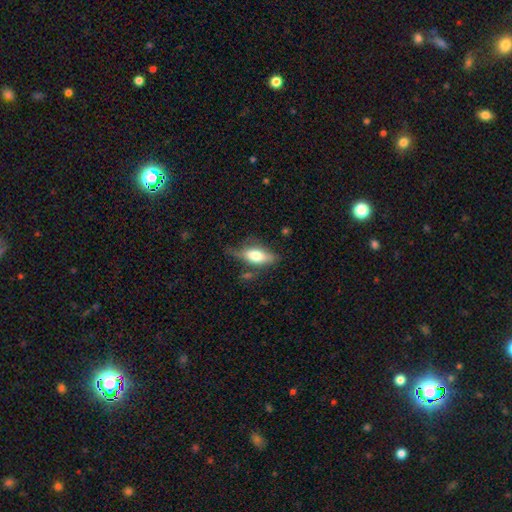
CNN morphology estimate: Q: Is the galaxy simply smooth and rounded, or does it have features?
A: smooth — 62%.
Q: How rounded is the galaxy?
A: in between — 78%.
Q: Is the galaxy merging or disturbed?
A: none — 48%.